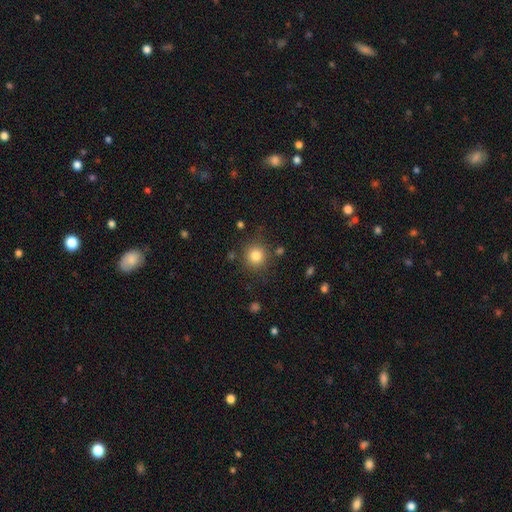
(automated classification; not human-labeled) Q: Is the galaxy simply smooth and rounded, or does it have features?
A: smooth — 81%.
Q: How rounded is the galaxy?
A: round — 92%.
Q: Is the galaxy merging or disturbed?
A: none — 83%.